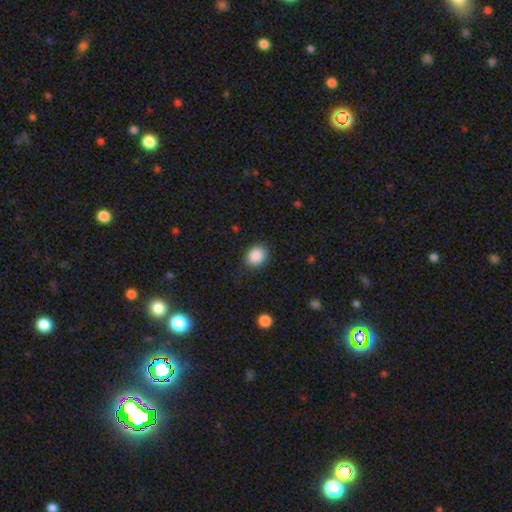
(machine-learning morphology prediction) smooth 88%, star or artifact 8%, featured or disk 3%. Down the decision tree: how rounded — round (55%); merging — none (84%).